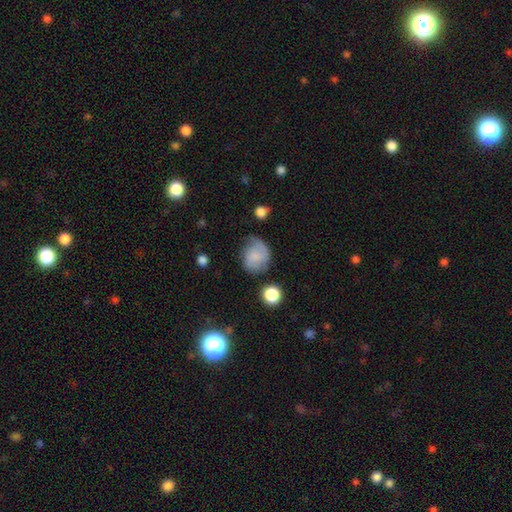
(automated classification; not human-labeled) smooth 61%, featured or disk 30%, star or artifact 9%. Down the decision tree: how rounded — round (66%); merging — none (48%).